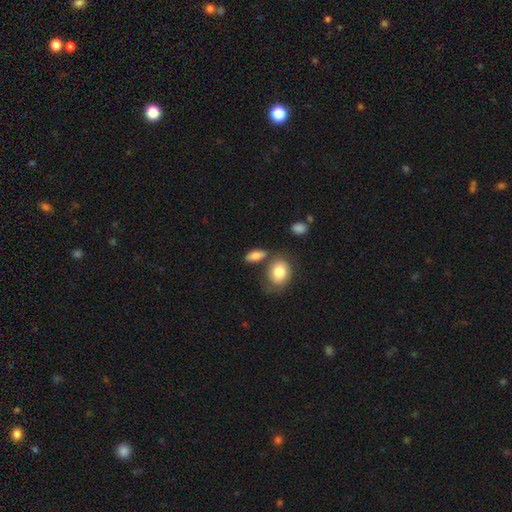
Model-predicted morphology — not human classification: Smooth or featured: smooth — 82% (featured or disk — 11%)
How rounded: in between — 80% (round — 10%)
Merging: none — 63% (minor disturbance — 16%)